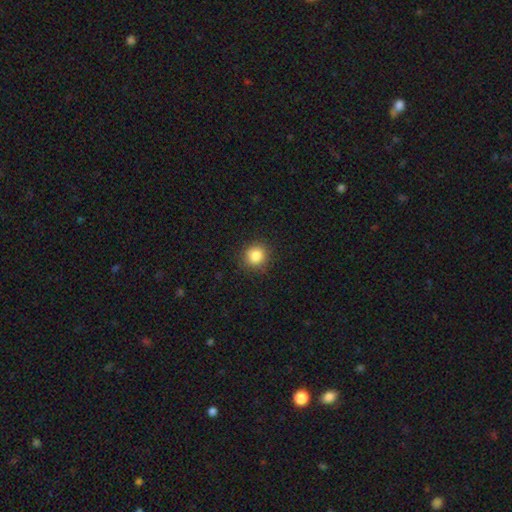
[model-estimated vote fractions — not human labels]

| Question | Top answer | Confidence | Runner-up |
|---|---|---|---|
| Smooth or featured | smooth | 85% | star or artifact (11%) |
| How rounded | round | 90% | in between (9%) |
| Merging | none | 89% | minor disturbance (8%) |